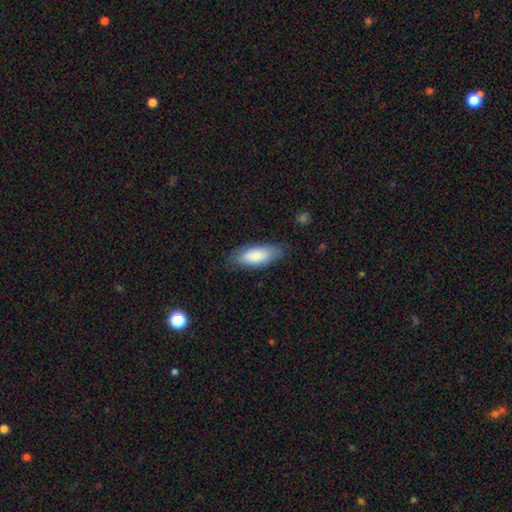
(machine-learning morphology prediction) Q: Smooth or featured?
A: smooth (83%); runner-up: featured or disk (12%)
Q: How rounded?
A: in between (79%); runner-up: cigar-shaped (19%)
Q: Merging?
A: none (78%); runner-up: minor disturbance (17%)